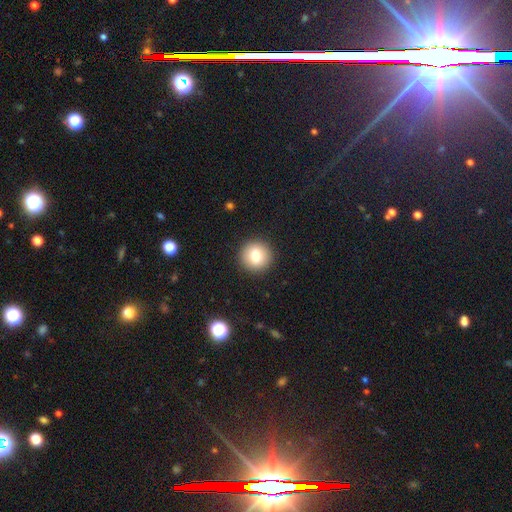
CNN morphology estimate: The model was most divided on "smooth or featured": smooth: 78%, featured or disk: 12%, star or artifact: 10%. More confident: how rounded — round (95%); merging — none (92%).